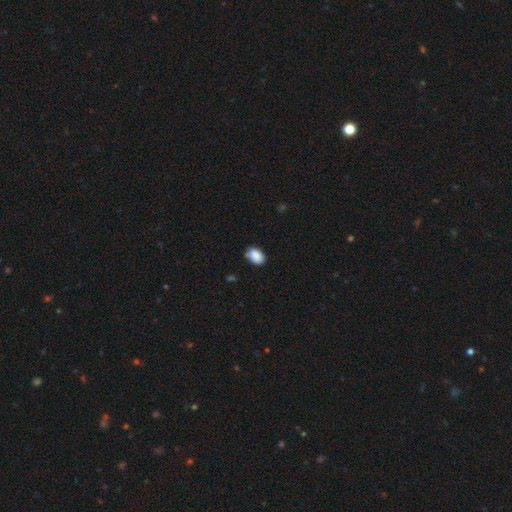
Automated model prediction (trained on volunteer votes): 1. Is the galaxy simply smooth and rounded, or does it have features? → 88% smooth, 8% star or artifact, 5% featured or disk.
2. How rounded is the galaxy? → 85% in between, 14% round, 1% cigar-shaped.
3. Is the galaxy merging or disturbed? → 70% none, 23% minor disturbance, 4% major disturbance, 3% merger.